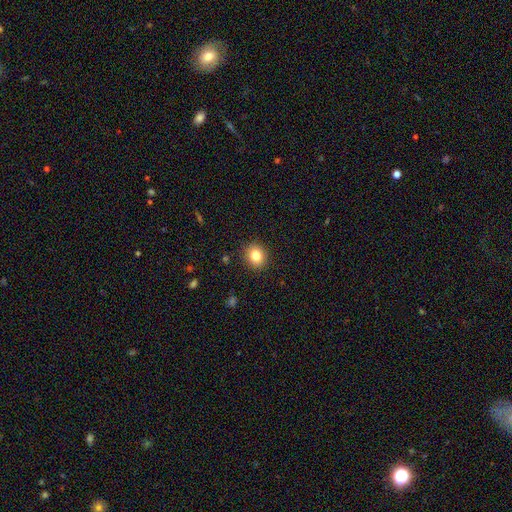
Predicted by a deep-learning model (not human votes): The model was most divided on "how rounded": round: 74%, in between: 25%, cigar-shaped: 1%. More confident: merging — none (90%); smooth or featured — smooth (82%).